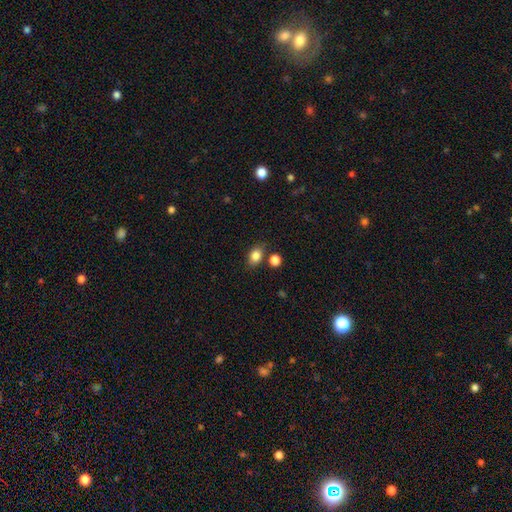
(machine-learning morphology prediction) smooth_or_featured: smooth (p=0.84) [alt: star or artifact p=0.10]
how_rounded: in between (p=0.64) [alt: round p=0.34]
merging: none (p=0.74) [alt: minor disturbance p=0.13]